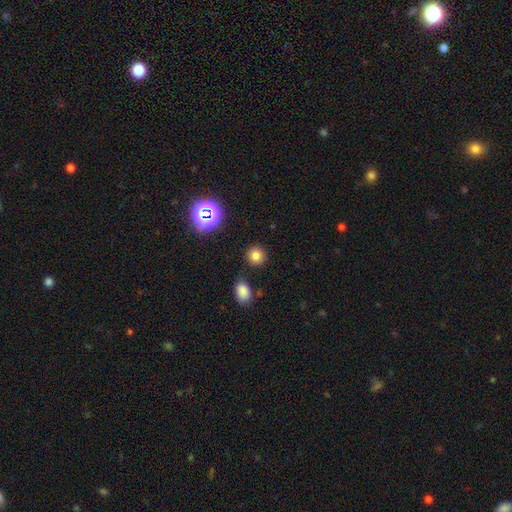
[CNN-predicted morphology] smooth_or_featured: smooth (p=0.78) [alt: star or artifact p=0.16]
how_rounded: round (p=0.90) [alt: in between p=0.09]
merging: none (p=0.87) [alt: minor disturbance p=0.07]